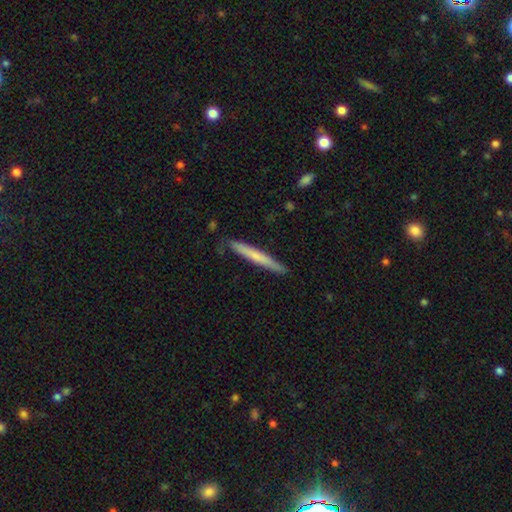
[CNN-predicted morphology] The model was most divided on "smooth or featured": smooth: 60%, featured or disk: 35%, star or artifact: 5%. More confident: how rounded — cigar-shaped (96%); merging — none (86%).